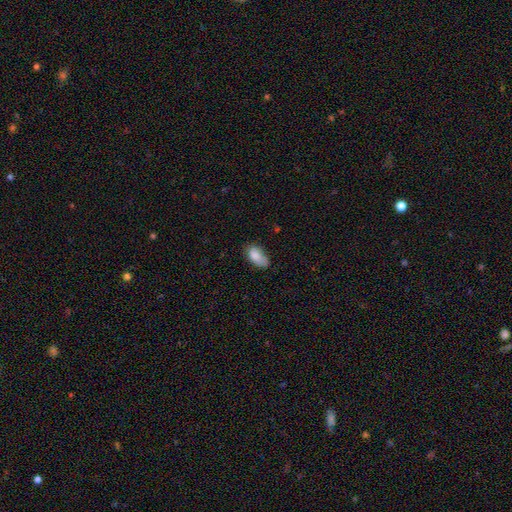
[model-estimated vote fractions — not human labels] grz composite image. It shows a smooth galaxy with no disk features (83%) that is in between round and cigar-shaped (93%). Merging: none (56%).